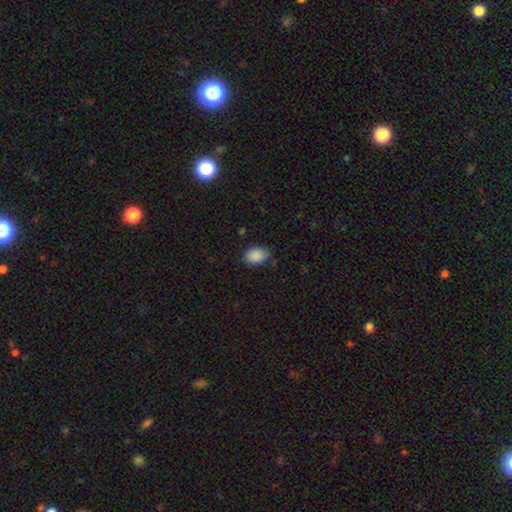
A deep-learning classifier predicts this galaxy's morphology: smooth_or_featured: smooth (p=0.89) [alt: star or artifact p=0.08]
how_rounded: in between (p=0.82) [alt: round p=0.17]
merging: none (p=0.76) [alt: minor disturbance p=0.19]